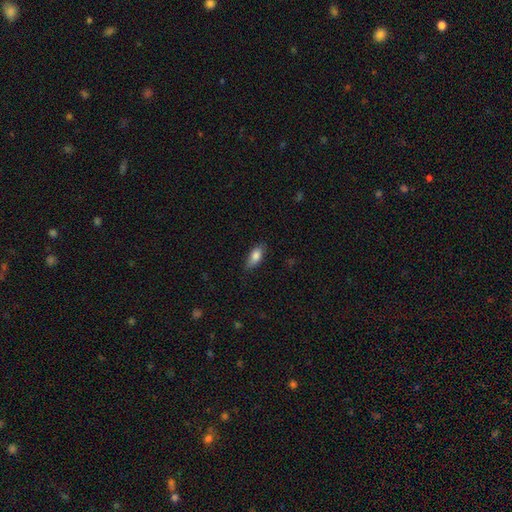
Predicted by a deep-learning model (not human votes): Smooth or featured? Predicted: smooth (p=0.83). How rounded? Predicted: in between (p=0.84). Merging? Predicted: none (p=0.78).